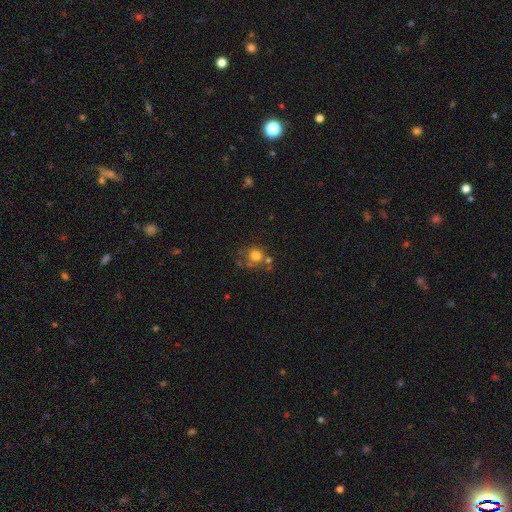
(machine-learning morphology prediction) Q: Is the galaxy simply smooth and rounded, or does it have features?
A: smooth — 76%.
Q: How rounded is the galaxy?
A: round — 86%.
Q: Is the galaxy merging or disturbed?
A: none — 56%.